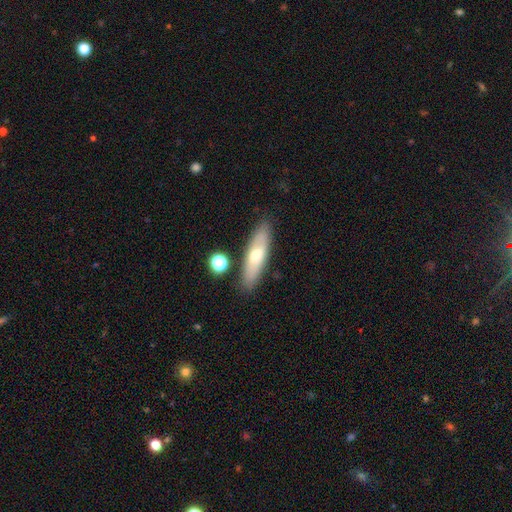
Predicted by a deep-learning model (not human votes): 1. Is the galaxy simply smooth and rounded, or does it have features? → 57% smooth, 36% featured or disk, 7% star or artifact.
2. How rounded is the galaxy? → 55% cigar-shaped, 43% in between, 3% round.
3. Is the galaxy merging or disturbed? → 82% none, 11% minor disturbance, 4% merger, 3% major disturbance.